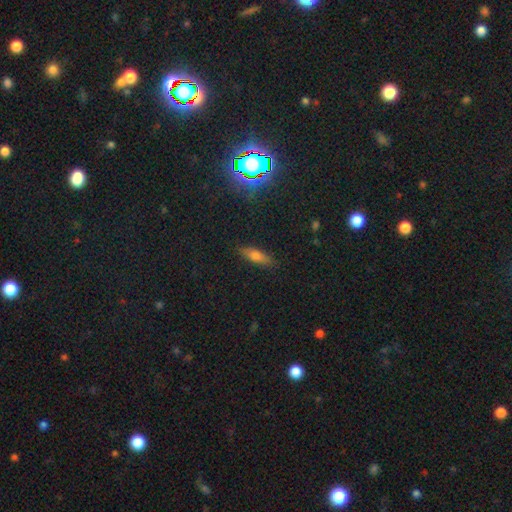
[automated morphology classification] A smooth galaxy with no disk features (63%) that is cigar-shaped (49%).

Vote fractions:
- Smooth or featured? smooth: 63% / featured or disk: 23% / star or artifact: 14%
- How rounded? cigar-shaped: 49% / in between: 48% / round: 3%
- Merging? none: 86% / minor disturbance: 10% / major disturbance: 2% / merger: 1%